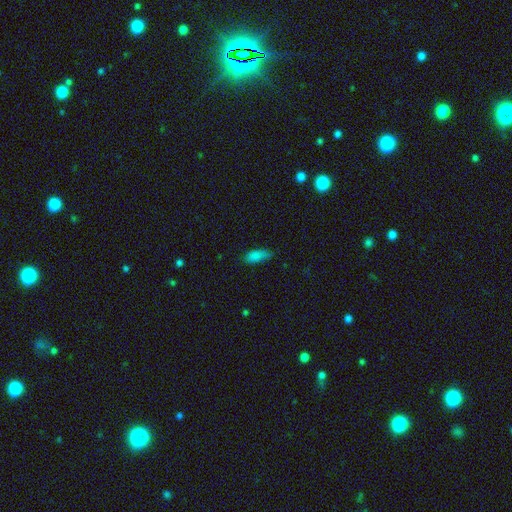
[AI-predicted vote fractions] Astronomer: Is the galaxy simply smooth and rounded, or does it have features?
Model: smooth — 83%.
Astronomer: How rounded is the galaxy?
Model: in between — 79%.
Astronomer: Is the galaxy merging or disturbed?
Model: none — 58%.